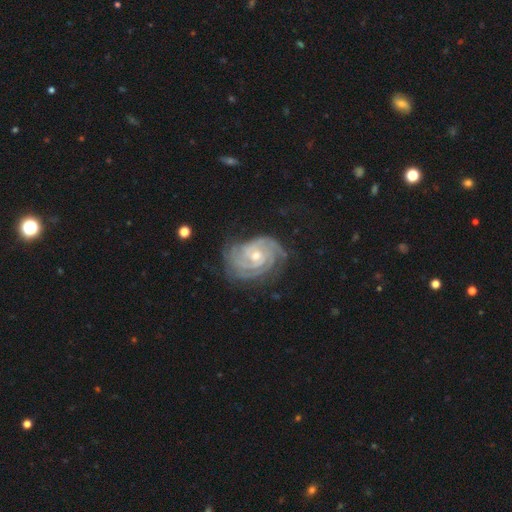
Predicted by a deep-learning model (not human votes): Q: Smooth or featured?
A: featured or disk (90%); runner-up: star or artifact (5%)
Q: Edge-on disk?
A: no (98%); runner-up: yes (2%)
Q: Bar?
A: no (60%); runner-up: weak (31%)
Q: Spiral arms?
A: yes (98%); runner-up: no (2%)
Q: Spiral winding?
A: tight (76%); runner-up: medium (21%)
Q: Spiral arm count?
A: 3 (30%); runner-up: 2 (21%)
Q: Bulge size?
A: moderate (49%); runner-up: small (48%)
Q: Merging?
A: none (72%); runner-up: minor disturbance (20%)